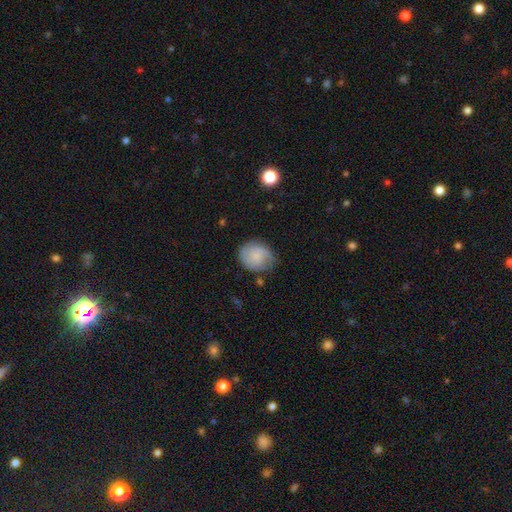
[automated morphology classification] A smooth galaxy with no disk features (62%) that is round (68%).

Vote fractions:
- Smooth or featured? smooth: 62% / featured or disk: 31% / star or artifact: 8%
- How rounded? round: 68% / in between: 31% / cigar-shaped: 1%
- Merging? none: 66% / minor disturbance: 24% / major disturbance: 8% / merger: 3%